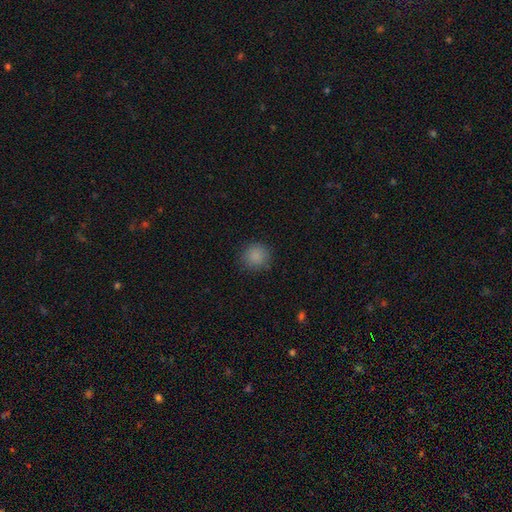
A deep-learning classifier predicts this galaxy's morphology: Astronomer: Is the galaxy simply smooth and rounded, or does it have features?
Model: smooth — 86%.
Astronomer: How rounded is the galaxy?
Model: round — 90%.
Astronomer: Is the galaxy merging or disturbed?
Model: none — 87%.